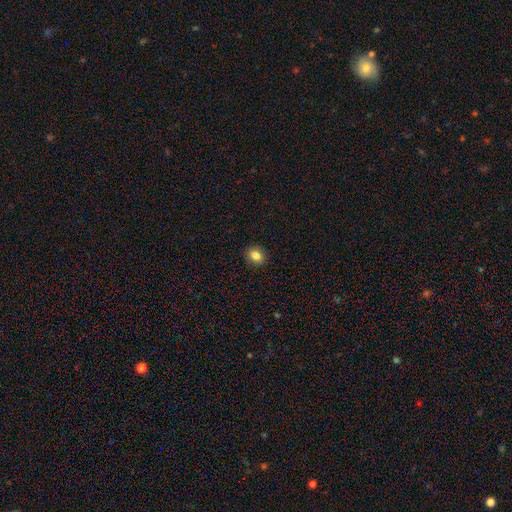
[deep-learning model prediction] smooth 83%, star or artifact 10%, featured or disk 7%. Down the decision tree: how rounded — in between (52%); merging — none (90%).